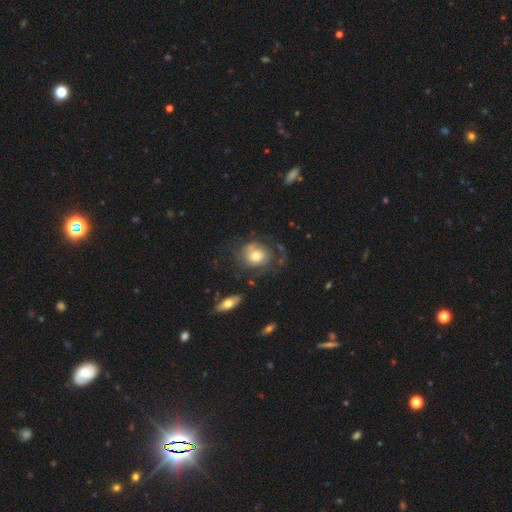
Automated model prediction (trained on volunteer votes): A smooth galaxy with no disk features (48%).

Vote fractions:
- Smooth or featured? smooth: 48% / featured or disk: 44% / star or artifact: 8%
- Merging? none: 49% / major disturbance: 26% / minor disturbance: 21% / merger: 4%